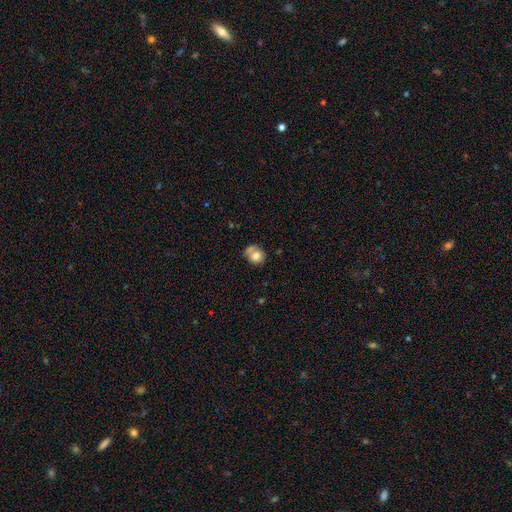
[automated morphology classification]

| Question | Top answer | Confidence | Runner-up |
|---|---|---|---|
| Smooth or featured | smooth | 75% | featured or disk (16%) |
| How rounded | round | 77% | in between (22%) |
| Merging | none | 45% | merger (27%) |